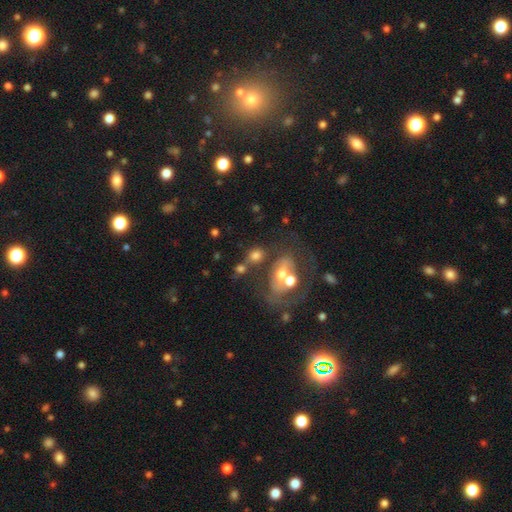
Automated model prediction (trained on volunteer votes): Q: Smooth or featured?
A: smooth (58%); runner-up: featured or disk (26%)
Q: How rounded?
A: in between (52%); runner-up: round (46%)
Q: Merging?
A: none (38%); runner-up: merger (37%)